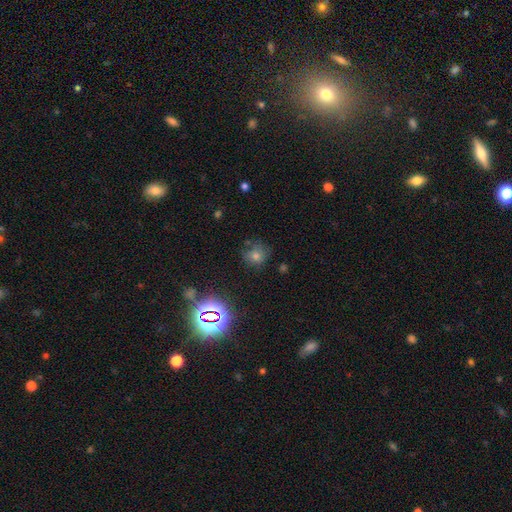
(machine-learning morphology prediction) This is likely a smooth galaxy (60%). How rounded: clearly round (84%). Merging: likely none (71%).